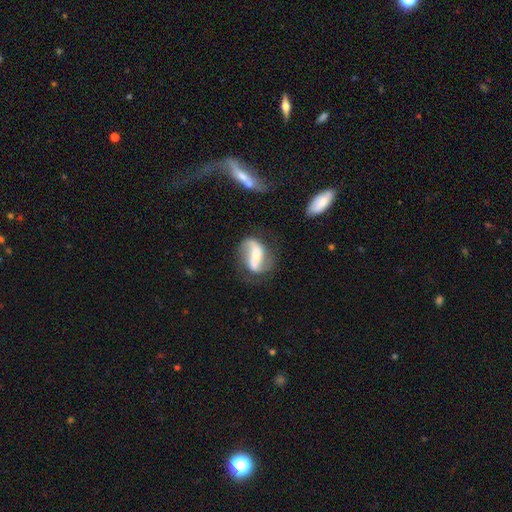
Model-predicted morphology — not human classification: Smooth or featured? featured or disk (81%)
Edge-on disk? no (95%)
Bar? strong (43%)
Spiral arms? yes (92%)
Spiral winding? loose (65%)
Spiral arm count? 2 (90%)
Bulge size? small (48%)
Merging? none (68%)